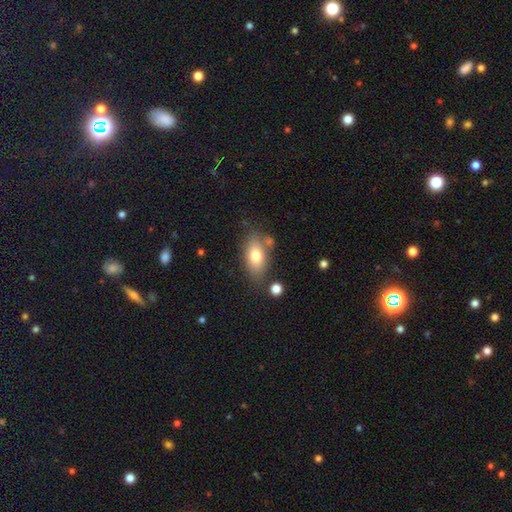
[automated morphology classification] The model was most divided on "merging": none: 73%, minor disturbance: 15%, merger: 8%, major disturbance: 5%. More confident: how rounded — in between (86%); smooth or featured — smooth (75%).